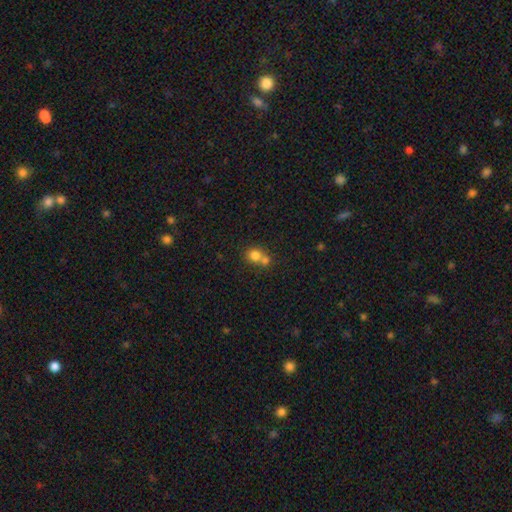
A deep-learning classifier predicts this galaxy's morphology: Q: Smooth or featured?
A: smooth (78%); runner-up: star or artifact (11%)
Q: How rounded?
A: round (78%); runner-up: in between (21%)
Q: Merging?
A: merger (53%); runner-up: none (38%)